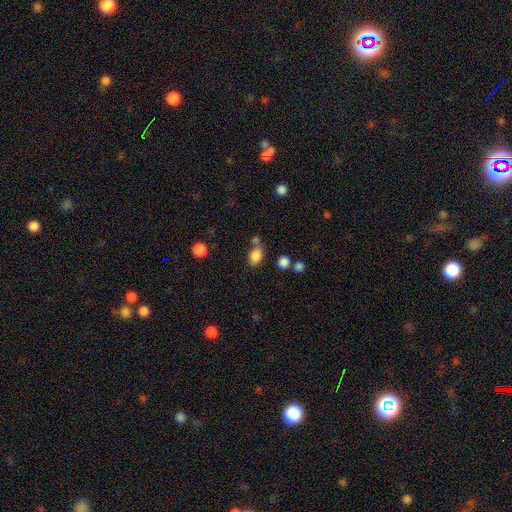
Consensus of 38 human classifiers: smooth 82%, featured or disk 11%, star or artifact 8%. Down the decision tree: how rounded — in between (84%); merging — none (49%).